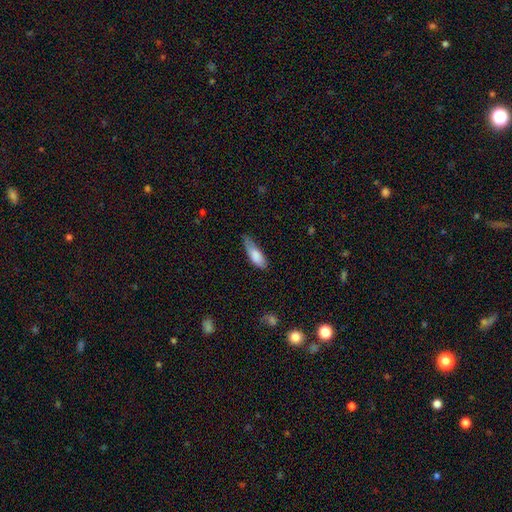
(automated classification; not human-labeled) This is clearly a smooth galaxy (82%). How rounded: likely in between (60%). Merging: marginally minor disturbance (44%).